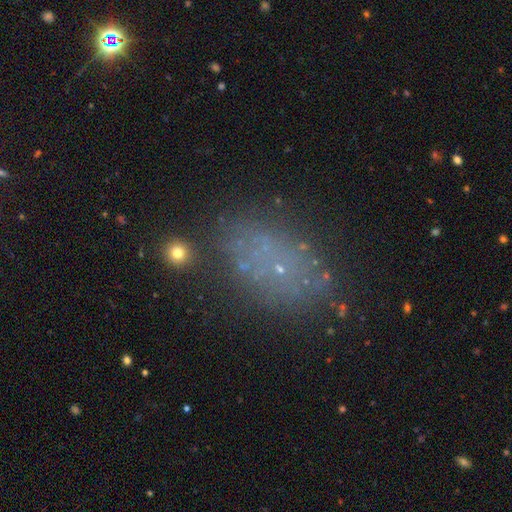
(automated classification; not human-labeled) This appears to be a smooth galaxy with no disk features (46%). Merging: none (71%).